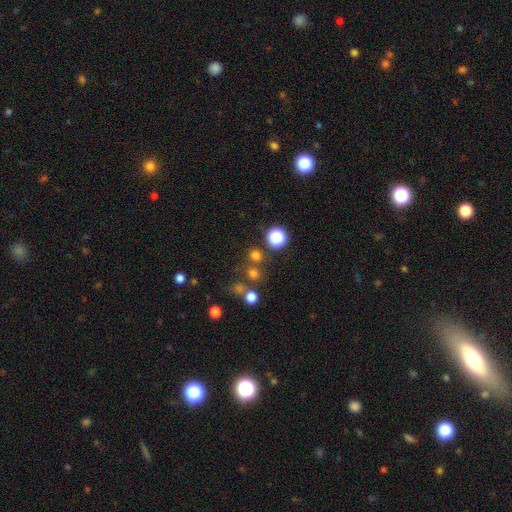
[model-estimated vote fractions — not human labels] smooth 67%, star or artifact 26%, featured or disk 7%. Down the decision tree: how rounded — round (88%); merging — none (72%).